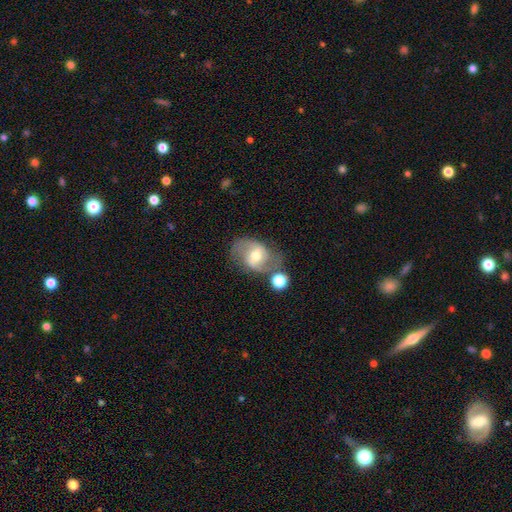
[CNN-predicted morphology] A featured or disk galaxy (67%) with a weak bar (48%), 2 (86%) medium (45%) spiral arms (82%) and a moderate central bulge (67%). Merging: none (59%).